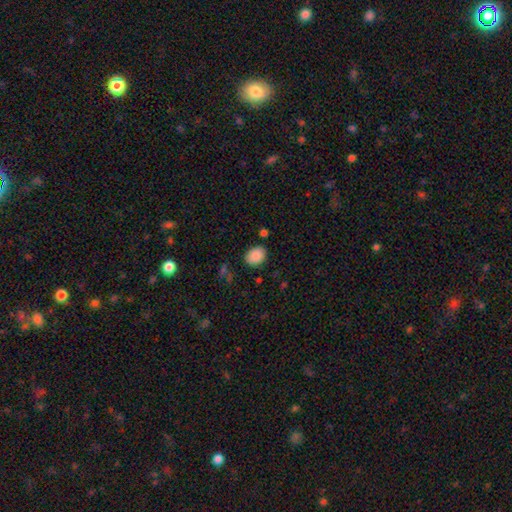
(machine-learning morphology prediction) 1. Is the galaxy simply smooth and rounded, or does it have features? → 88% smooth, 8% star or artifact, 4% featured or disk.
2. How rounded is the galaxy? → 60% in between, 39% round, 1% cigar-shaped.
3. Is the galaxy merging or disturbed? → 80% none, 13% minor disturbance, 3% major disturbance, 3% merger.